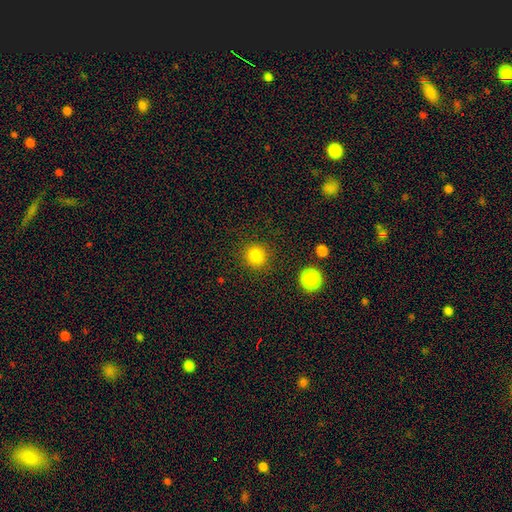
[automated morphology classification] smooth_or_featured: smooth (p=0.83) [alt: star or artifact p=0.13]
how_rounded: round (p=0.92) [alt: in between p=0.07]
merging: none (p=0.89) [alt: minor disturbance p=0.07]